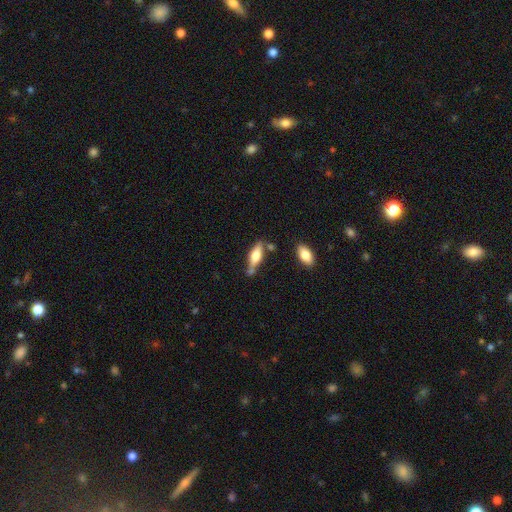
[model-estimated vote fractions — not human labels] Smooth or featured? smooth (55%)
How rounded? in between (52%)
Merging? none (64%)